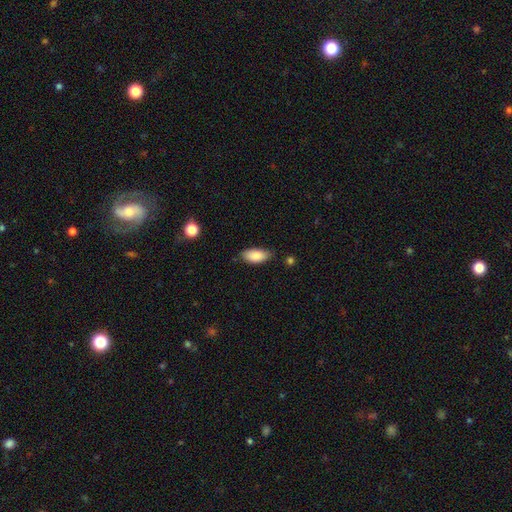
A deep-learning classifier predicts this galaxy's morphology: A smooth galaxy with no disk features (88%) that is in between round and cigar-shaped (91%). Merging: none (75%).